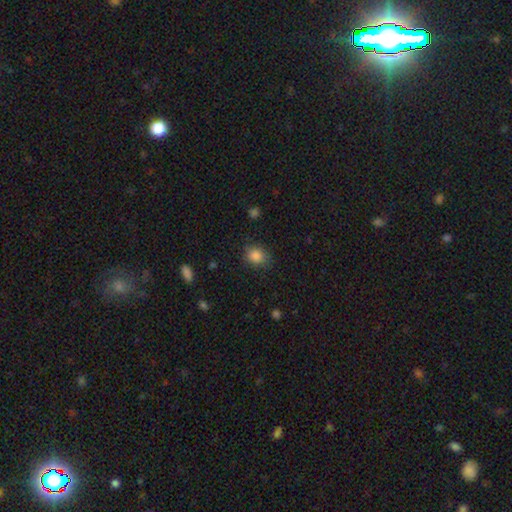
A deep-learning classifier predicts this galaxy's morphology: The model was most divided on "how rounded": round: 58%, in between: 41%, cigar-shaped: 1%. More confident: smooth or featured — smooth (86%); merging — none (79%).